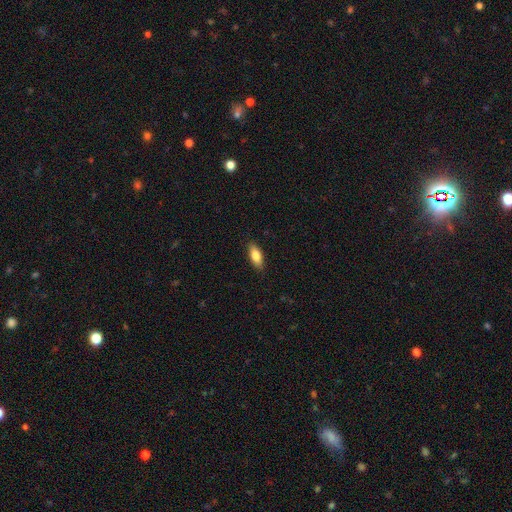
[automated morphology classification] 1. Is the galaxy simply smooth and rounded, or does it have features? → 80% smooth, 13% featured or disk, 6% star or artifact.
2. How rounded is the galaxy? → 76% in between, 21% cigar-shaped, 2% round.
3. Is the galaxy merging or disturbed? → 88% none, 9% minor disturbance, 2% major disturbance, 1% merger.